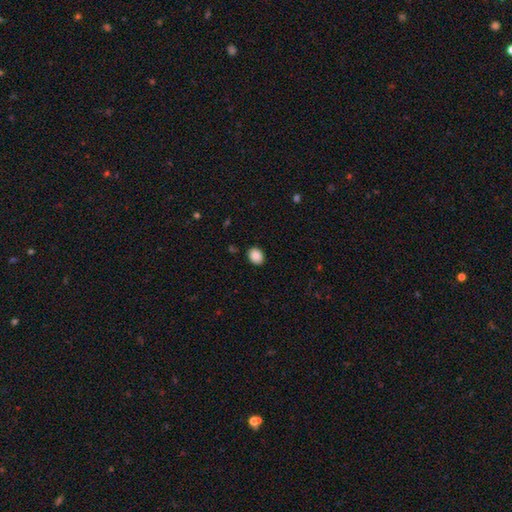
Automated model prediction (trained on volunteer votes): This appears to be a smooth galaxy with no disk features (88%) that is in between round and cigar-shaped (55%). Merging: none (90%).